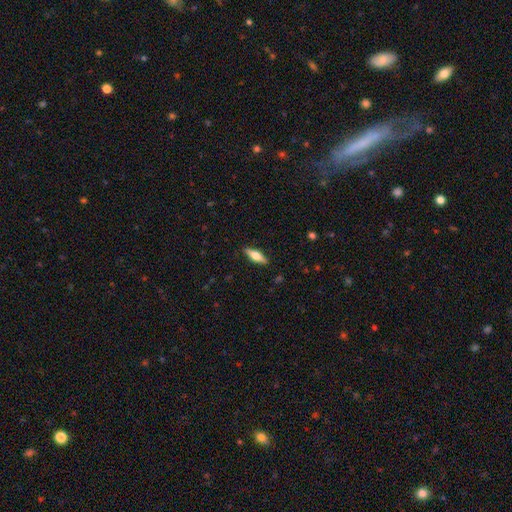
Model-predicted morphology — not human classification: smooth-or-featured: featured or disk: 48% | smooth: 46% | star or artifact: 6%
  merging: none: 89% | minor disturbance: 8% | major disturbance: 2% | merger: 1%